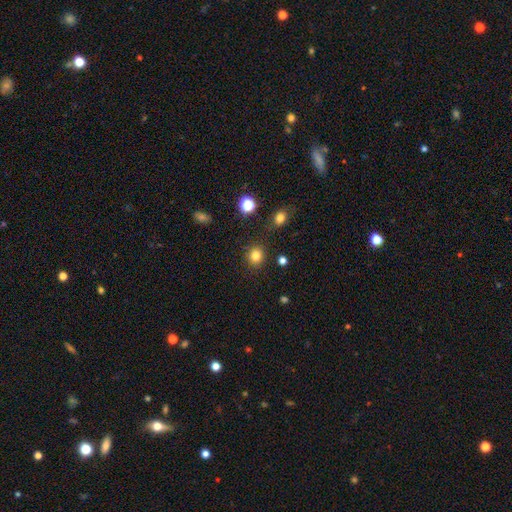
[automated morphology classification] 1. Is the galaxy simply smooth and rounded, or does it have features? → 81% smooth, 13% star or artifact, 5% featured or disk.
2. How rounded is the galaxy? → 84% round, 15% in between, 1% cigar-shaped.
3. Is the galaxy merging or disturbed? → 86% none, 8% minor disturbance, 3% major disturbance, 3% merger.